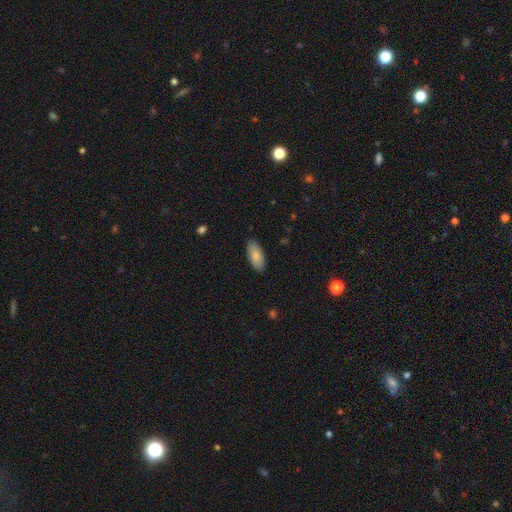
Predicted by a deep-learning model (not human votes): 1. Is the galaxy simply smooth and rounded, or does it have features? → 84% smooth, 10% featured or disk, 6% star or artifact.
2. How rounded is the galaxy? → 88% in between, 10% cigar-shaped, 2% round.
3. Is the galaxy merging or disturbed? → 87% none, 10% minor disturbance, 2% major disturbance, 1% merger.